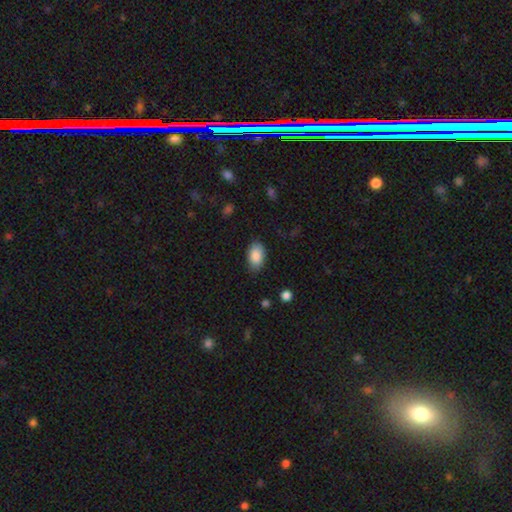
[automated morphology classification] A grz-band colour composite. It shows a smooth galaxy with no disk features (87%) that is in between round and cigar-shaped (92%). Merging: none (81%).